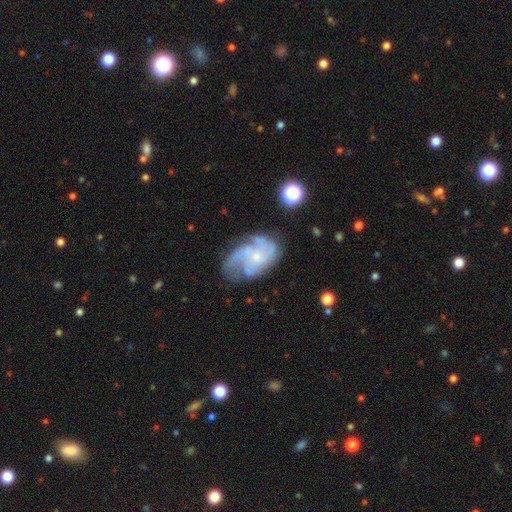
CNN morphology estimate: This is likely a featured or disk galaxy (78%). It is clearly not viewed edge-on (97%). Bar: likely no (75%). Spiral arm pattern: clearly yes (89%). Spiral arm count: marginally 3 (30%). Spiral winding: marginally medium (43%). Central bulge: likely small (71%). Merging: possibly none (50%).